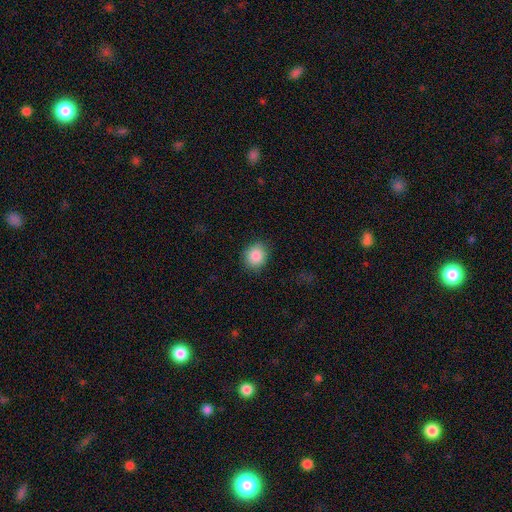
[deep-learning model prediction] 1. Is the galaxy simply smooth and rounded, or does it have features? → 87% smooth, 8% star or artifact, 4% featured or disk.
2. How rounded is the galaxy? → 73% round, 26% in between, 1% cigar-shaped.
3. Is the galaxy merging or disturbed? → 86% none, 10% minor disturbance, 3% major disturbance, 1% merger.